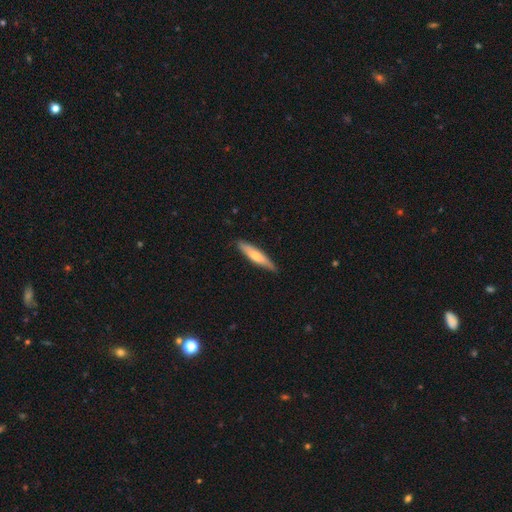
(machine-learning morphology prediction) This is likely a smooth galaxy (60%). How rounded: clearly cigar-shaped (83%). Merging: clearly none (83%).